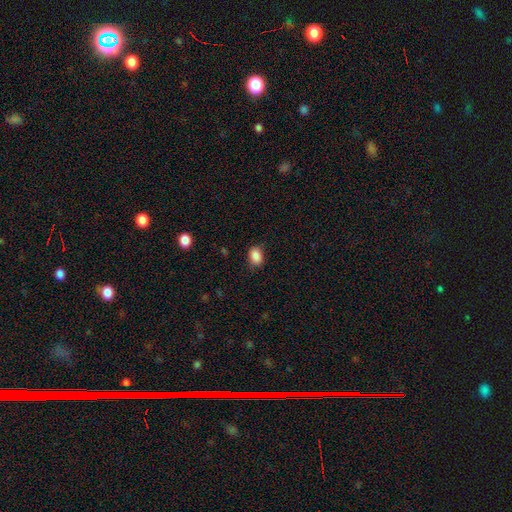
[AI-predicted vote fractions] Smooth or featured? Predicted: smooth (p=0.88). How rounded? Predicted: in between (p=0.76). Merging? Predicted: none (p=0.83).